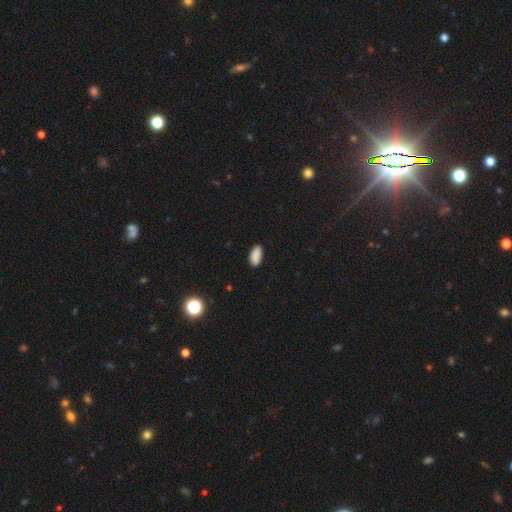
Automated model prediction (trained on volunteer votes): Smooth or featured: smooth — 89% (star or artifact — 8%)
How rounded: in between — 92% (cigar-shaped — 6%)
Merging: none — 87% (minor disturbance — 10%)